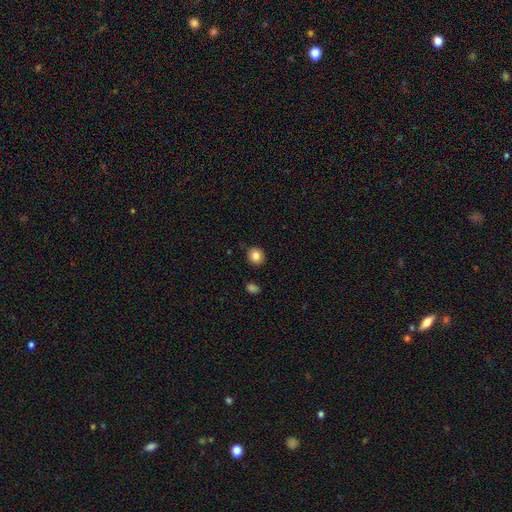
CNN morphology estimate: Smooth or featured?
  - smooth: 84% *
  - star or artifact: 9%
  - featured or disk: 7%
How rounded?
  - round: 79% *
  - in between: 20%
  - cigar-shaped: 1%
Merging?
  - none: 89% *
  - minor disturbance: 7%
  - merger: 2%
  - major disturbance: 2%